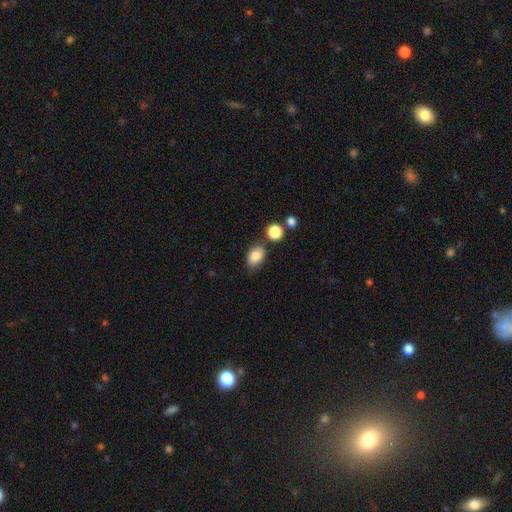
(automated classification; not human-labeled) Overall: smooth (85%). How rounded: in between (81%). Merging: none (73%).